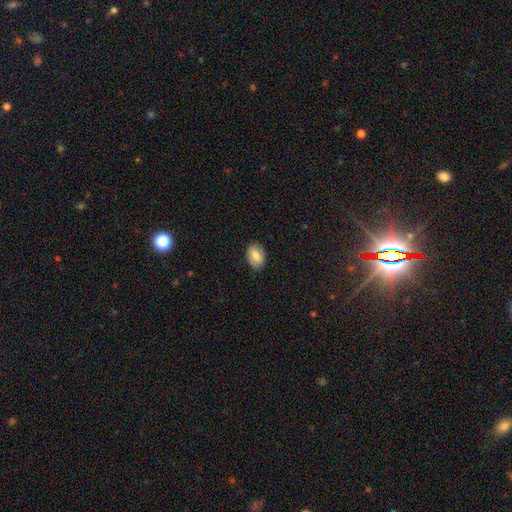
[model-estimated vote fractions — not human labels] A smooth galaxy with no disk features (80%) that is in between round and cigar-shaped (88%).

Vote fractions:
- Smooth or featured? smooth: 80% / featured or disk: 14% / star or artifact: 7%
- How rounded? in between: 88% / round: 11% / cigar-shaped: 1%
- Merging? none: 86% / minor disturbance: 11% / major disturbance: 2% / merger: 1%